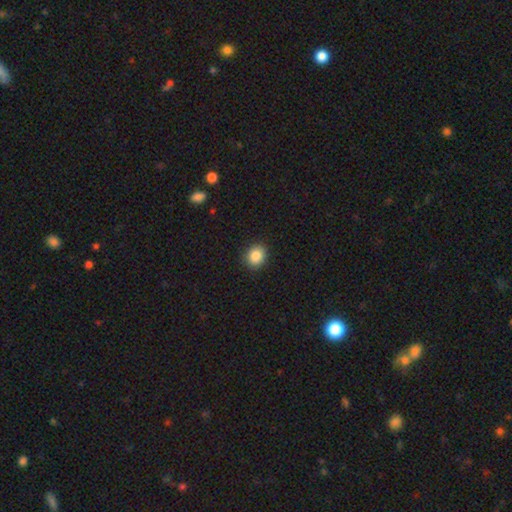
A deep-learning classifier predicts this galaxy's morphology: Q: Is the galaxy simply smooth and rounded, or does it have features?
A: smooth — 87%.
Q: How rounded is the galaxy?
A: round — 70%.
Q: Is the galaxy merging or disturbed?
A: none — 91%.